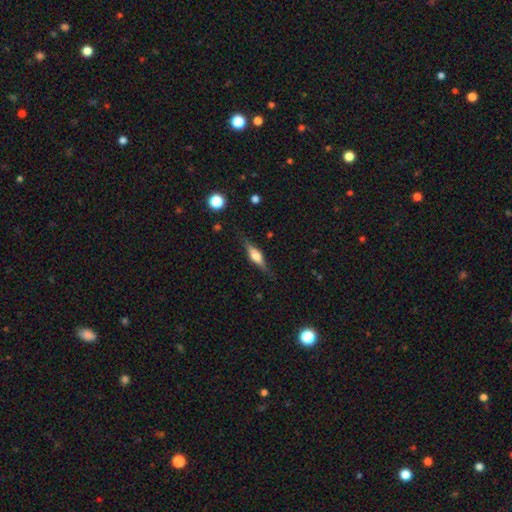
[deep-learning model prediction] Smooth or featured?
  - featured or disk: 63% *
  - smooth: 30%
  - star or artifact: 7%
Edge-on disk?
  - yes: 96% *
  - no: 4%
Edge-on bulge?
  - rounded: 83% *
  - boxy: 15%
  - none: 3%
Merging?
  - none: 83% *
  - minor disturbance: 12%
  - major disturbance: 3%
  - merger: 1%